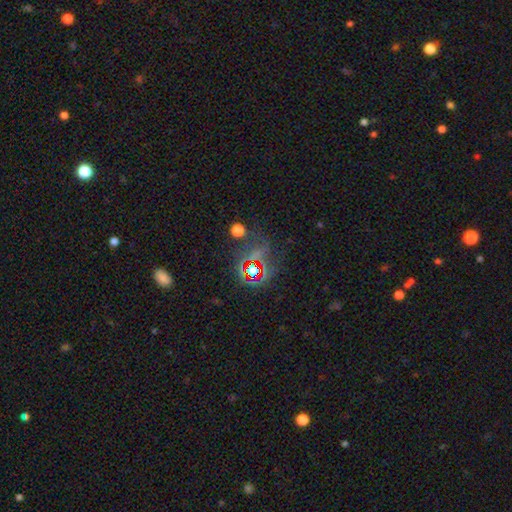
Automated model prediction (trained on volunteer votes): The model was most divided on "smooth or featured": star or artifact: 70%, smooth: 17%, featured or disk: 13%.